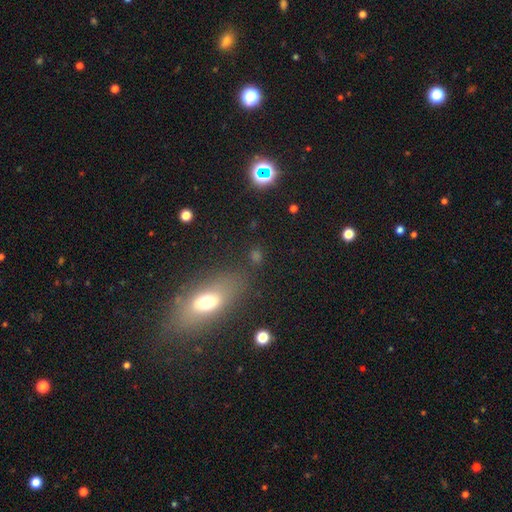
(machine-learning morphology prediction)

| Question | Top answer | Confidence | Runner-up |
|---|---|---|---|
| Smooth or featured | smooth | 55% | star or artifact (30%) |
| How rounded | in between | 47% | round (41%) |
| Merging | none | 71% | minor disturbance (14%) |